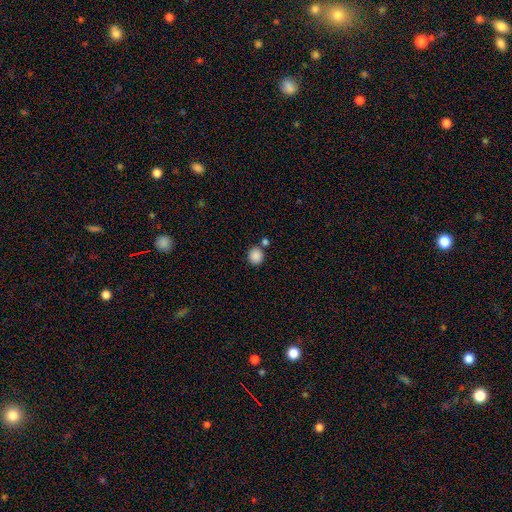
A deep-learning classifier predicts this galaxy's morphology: smooth 88%, star or artifact 9%, featured or disk 3%. Down the decision tree: how rounded — round (86%); merging — none (74%).